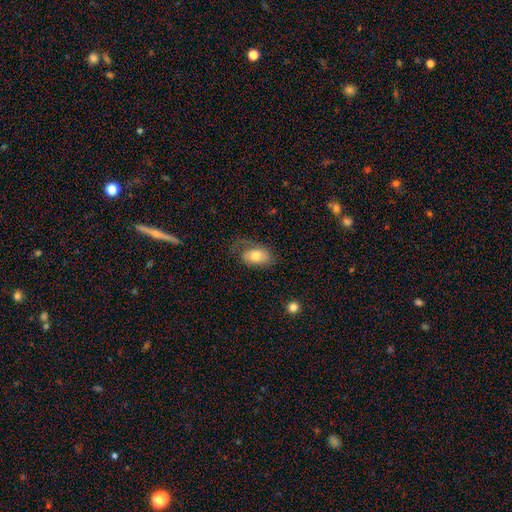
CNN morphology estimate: Smooth or featured? smooth (70%)
How rounded? in between (91%)
Merging? none (45%)